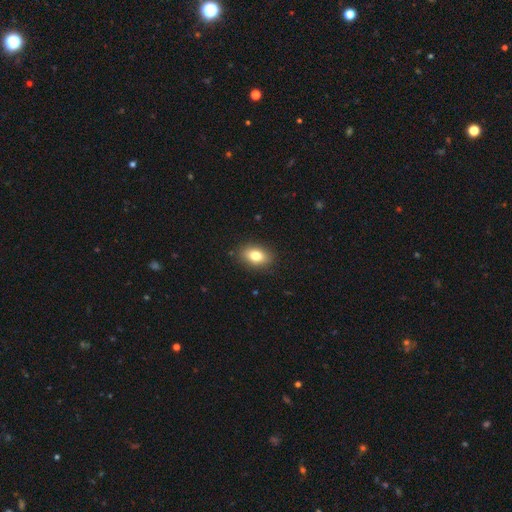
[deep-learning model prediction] smooth-or-featured: smooth: 80% | featured or disk: 11% | star or artifact: 9%
  how-rounded: in between: 85% | round: 13% | cigar-shaped: 2%
  merging: none: 88% | minor disturbance: 9% | major disturbance: 2% | merger: 1%